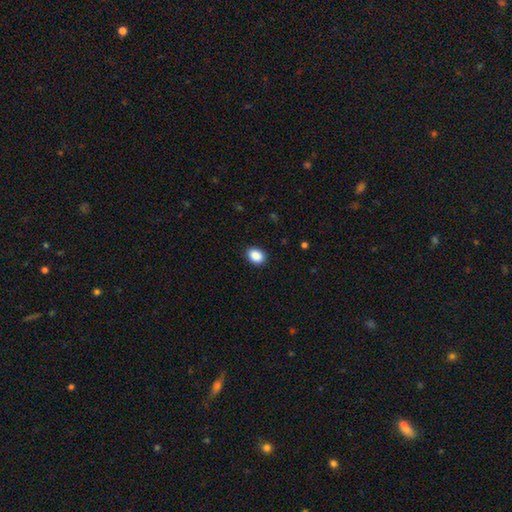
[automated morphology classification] Overall: smooth (90%). How rounded: in between (67%; round 32%). Merging: none (89%).